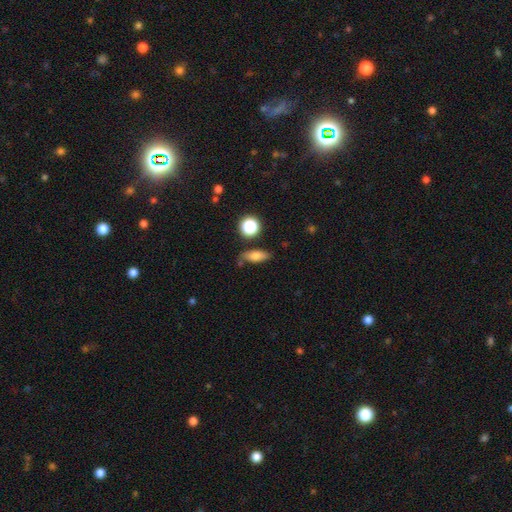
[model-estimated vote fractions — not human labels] Smooth or featured?
  - smooth: 73% *
  - featured or disk: 16%
  - star or artifact: 11%
How rounded?
  - in between: 66% *
  - cigar-shaped: 25%
  - round: 10%
Merging?
  - none: 73% *
  - minor disturbance: 16%
  - merger: 6%
  - major disturbance: 4%